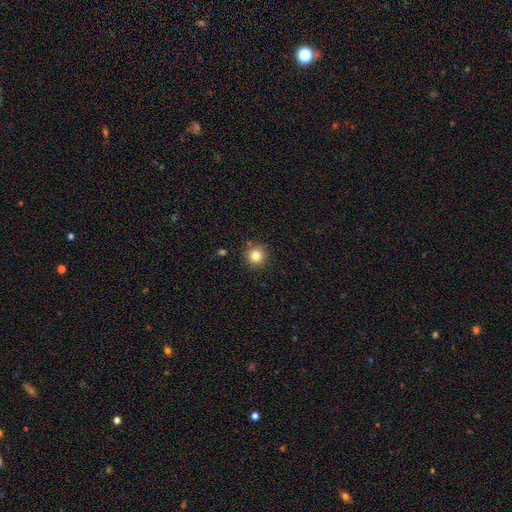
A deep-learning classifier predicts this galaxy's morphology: type=smooth (82%); roundness=round (94%); merging=none (89%).